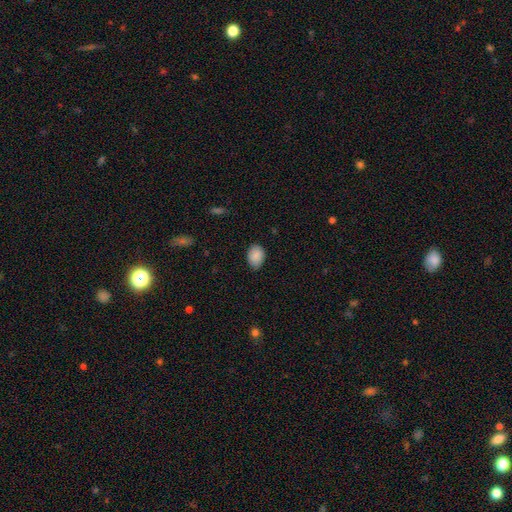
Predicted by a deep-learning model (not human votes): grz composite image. It shows a smooth galaxy with no disk features (88%) that is in between round and cigar-shaped (75%). Merging: none (79%).